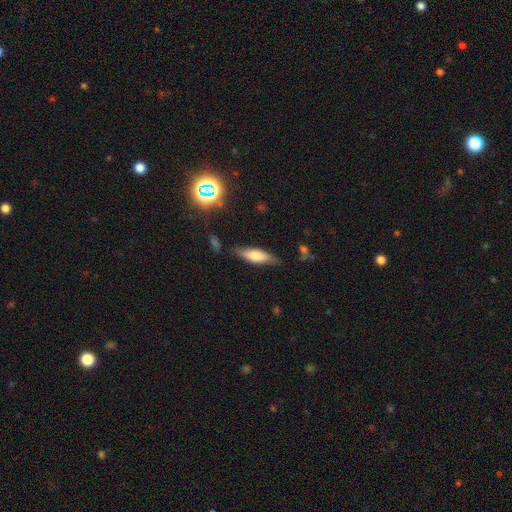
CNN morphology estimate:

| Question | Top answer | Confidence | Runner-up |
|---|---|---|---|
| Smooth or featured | smooth | 68% | featured or disk (24%) |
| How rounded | cigar-shaped | 53% | in between (45%) |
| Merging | none | 78% | minor disturbance (16%) |